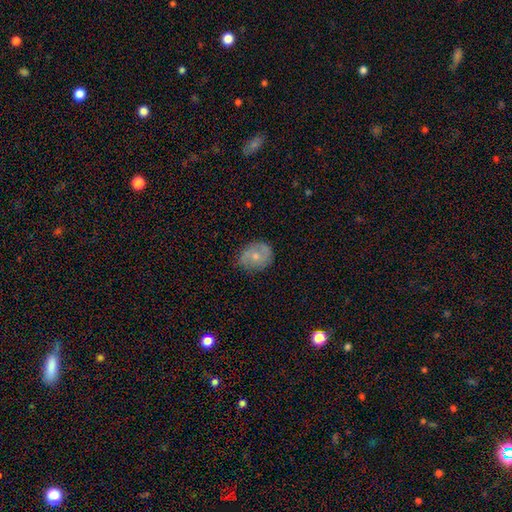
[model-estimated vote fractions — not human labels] Smooth or featured: smooth — 50% (featured or disk — 42%)
How rounded: round — 63% (in between — 36%)
Merging: none — 74% (minor disturbance — 20%)